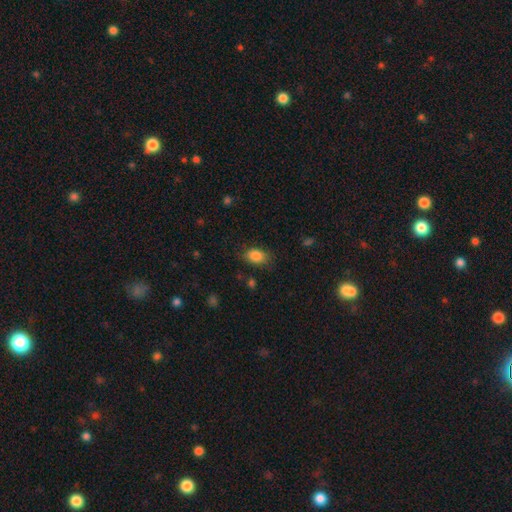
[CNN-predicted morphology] Q: Smooth or featured?
A: smooth (85%); runner-up: star or artifact (8%)
Q: How rounded?
A: in between (85%); runner-up: round (13%)
Q: Merging?
A: none (78%); runner-up: minor disturbance (16%)